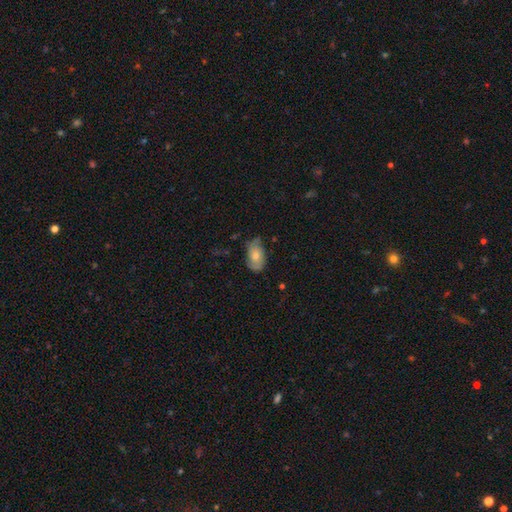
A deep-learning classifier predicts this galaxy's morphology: Smooth or featured? smooth (56%)
How rounded? in between (91%)
Merging? none (61%)